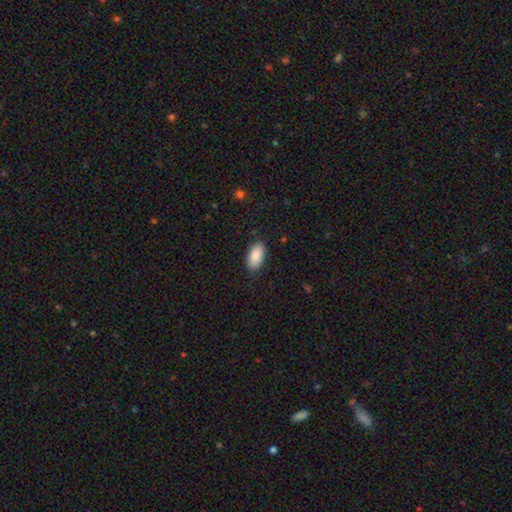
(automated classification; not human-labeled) smooth_or_featured: smooth (p=0.87) [alt: star or artifact p=0.06]
how_rounded: in between (p=0.93) [alt: cigar-shaped p=0.05]
merging: none (p=0.87) [alt: minor disturbance p=0.10]